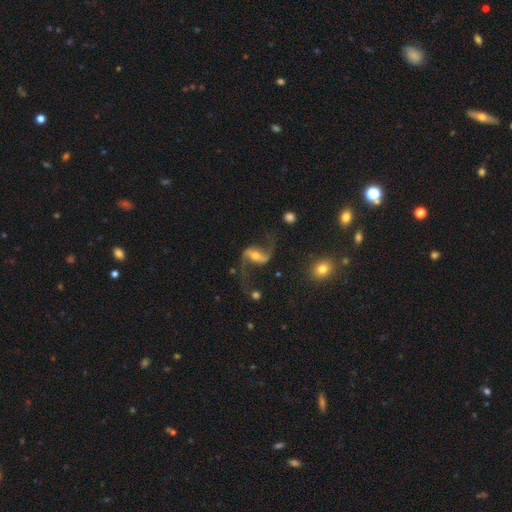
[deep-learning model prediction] featured or disk 89%, smooth 6%, star or artifact 6%. Down the decision tree: edge-on disk — no (96%); bar — strong (45%); spiral arms — yes (97%); spiral arm count — 2 (94%); spiral winding — loose (83%); bulge size — moderate (54%); merging — none (73%).